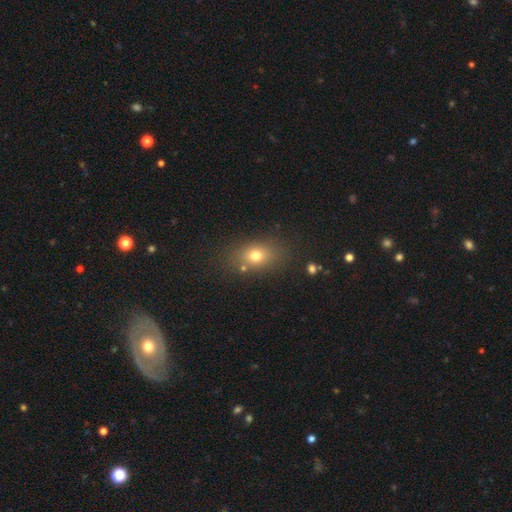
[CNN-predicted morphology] smooth-or-featured: smooth: 73% | star or artifact: 14% | featured or disk: 13%
  how-rounded: in between: 66% | round: 31% | cigar-shaped: 2%
  merging: none: 78% | minor disturbance: 12% | major disturbance: 5% | merger: 5%